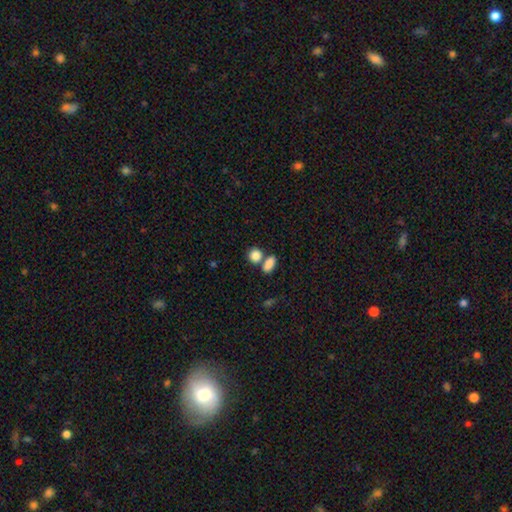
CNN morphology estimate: Smooth or featured? Predicted: smooth (p=0.86). How rounded? Predicted: round (p=0.56). Merging? Predicted: none (p=0.50).